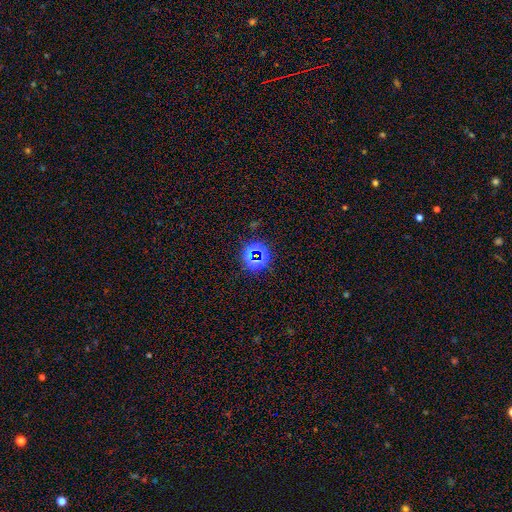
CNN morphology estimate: Smooth or featured? star or artifact (68%)